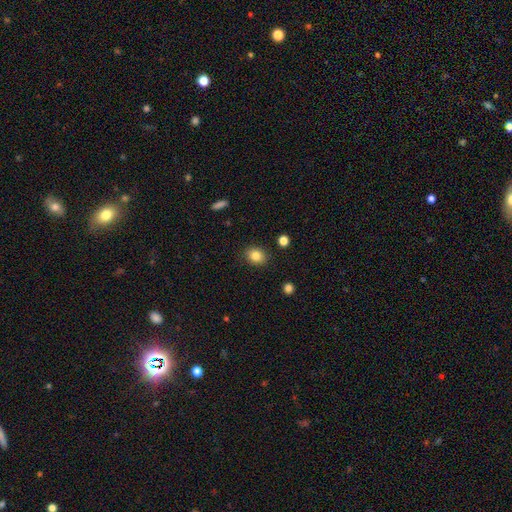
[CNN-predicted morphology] Smooth or featured? Predicted: smooth (p=0.83). How rounded? Predicted: round (p=0.56). Merging? Predicted: none (p=0.88).